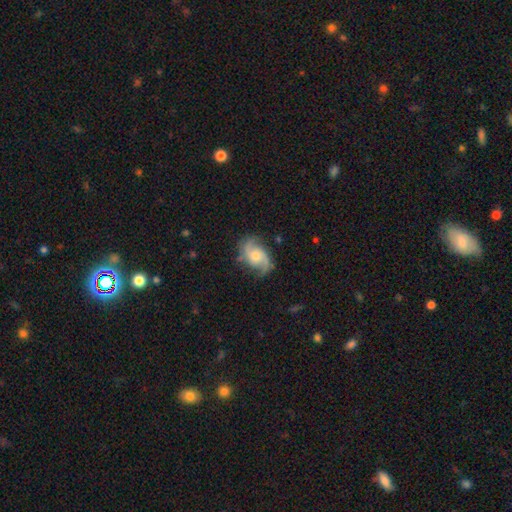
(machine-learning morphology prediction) The model was most divided on "spiral winding": medium: 46%, loose: 39%, tight: 15%. More confident: edge-on disk — no (97%); spiral arms — yes (96%); spiral arm count — 2 (89%); smooth or featured — featured or disk (83%); merging — none (75%); bar — no (63%); bulge size — moderate (61%).